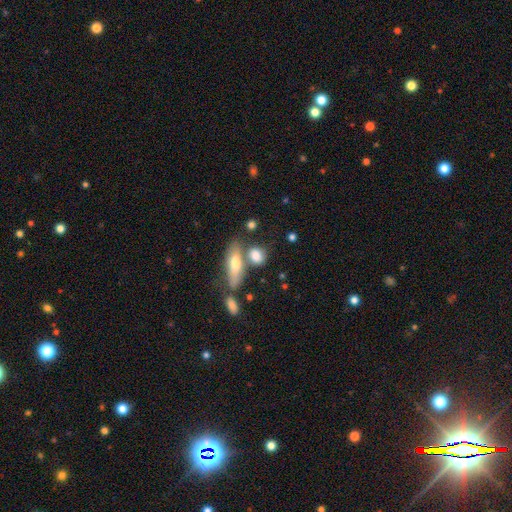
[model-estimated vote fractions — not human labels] Smooth or featured? smooth (78%)
How rounded? in between (57%)
Merging? none (50%)